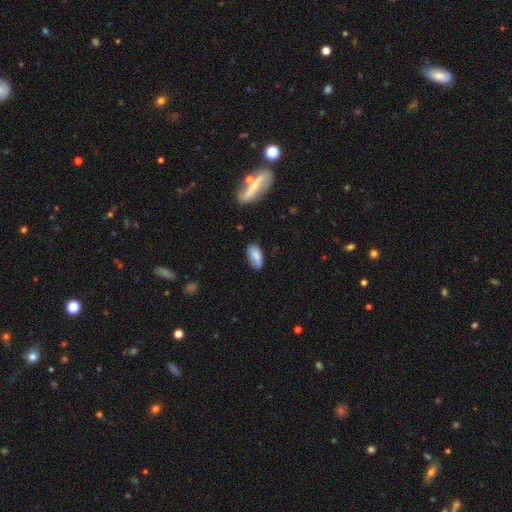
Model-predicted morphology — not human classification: The model was most divided on "merging": none: 71%, minor disturbance: 23%, major disturbance: 4%, merger: 2%. More confident: how rounded — in between (92%); smooth or featured — smooth (80%).